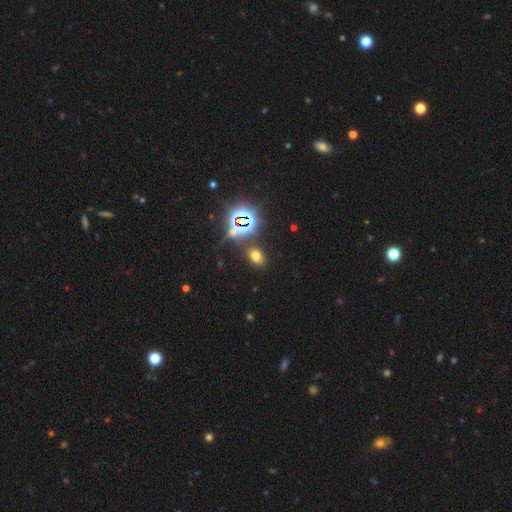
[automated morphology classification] This is possibly a smooth galaxy (57%). How rounded: likely in between (73%). Merging: clearly none (83%).